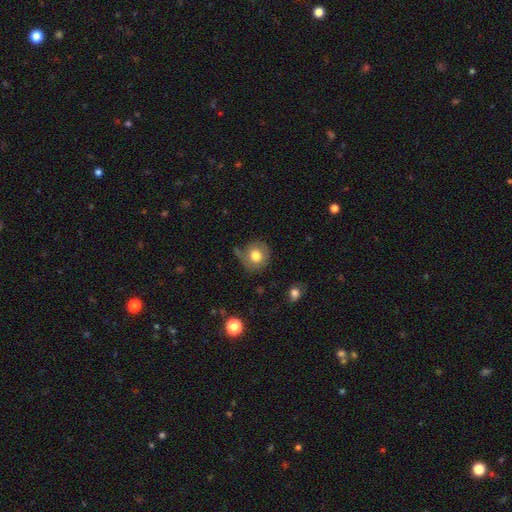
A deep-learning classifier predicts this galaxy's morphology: smooth 75%, featured or disk 17%, star or artifact 8%. Down the decision tree: how rounded — round (87%); merging — none (67%).